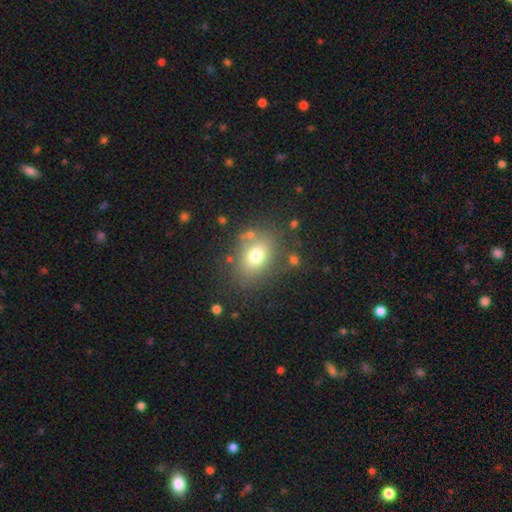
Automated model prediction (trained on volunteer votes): smooth_or_featured: smooth (p=0.73) [alt: featured or disk p=0.14]
how_rounded: in between (p=0.65) [alt: round p=0.34]
merging: none (p=0.75) [alt: minor disturbance p=0.14]